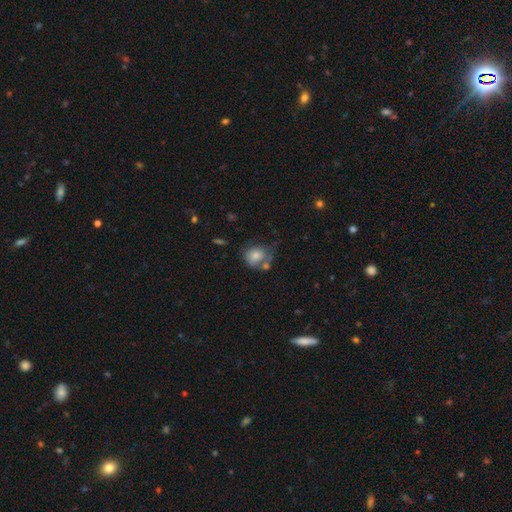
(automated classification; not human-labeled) Smooth or featured? smooth (73%)
How rounded? round (65%)
Merging? none (37%)